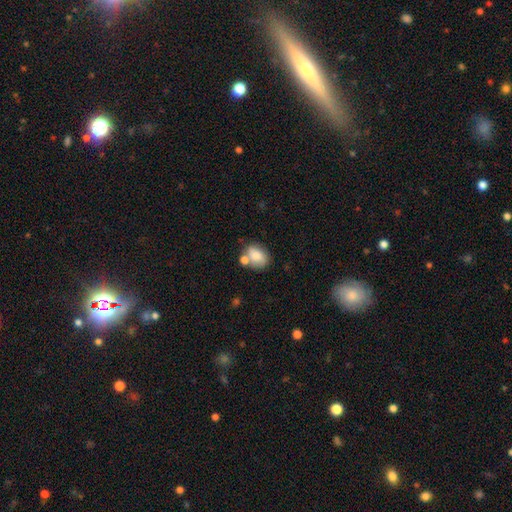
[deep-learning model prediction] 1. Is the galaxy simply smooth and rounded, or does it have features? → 76% smooth, 15% featured or disk, 9% star or artifact.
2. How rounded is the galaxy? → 71% in between, 28% round, 1% cigar-shaped.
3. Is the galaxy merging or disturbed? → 46% none, 28% merger, 19% minor disturbance, 7% major disturbance.